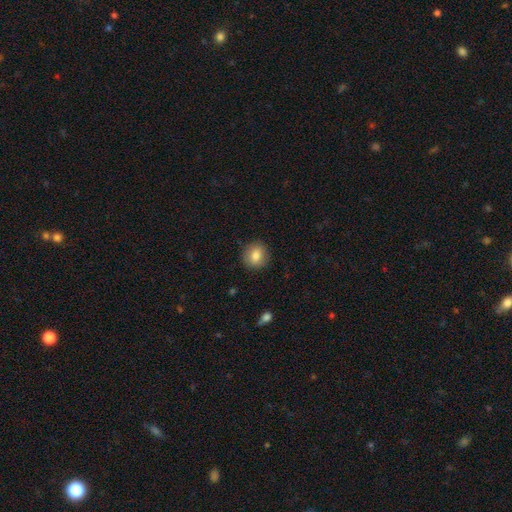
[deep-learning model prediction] Smooth or featured? smooth (82%)
How rounded? round (84%)
Merging? none (88%)